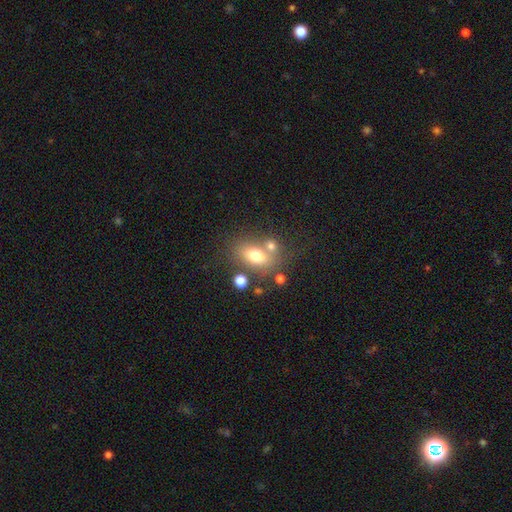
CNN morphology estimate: smooth-or-featured: smooth: 71% | featured or disk: 18% | star or artifact: 11%
  how-rounded: in between: 78% | round: 18% | cigar-shaped: 4%
  merging: none: 58% | merger: 23% | minor disturbance: 13% | major disturbance: 6%